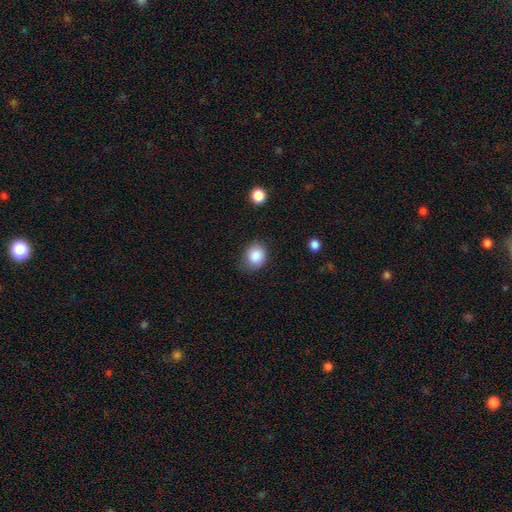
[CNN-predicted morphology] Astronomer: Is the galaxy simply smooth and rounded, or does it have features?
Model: smooth — 86%.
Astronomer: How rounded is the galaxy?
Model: round — 66%.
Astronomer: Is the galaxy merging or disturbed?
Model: none — 72%.